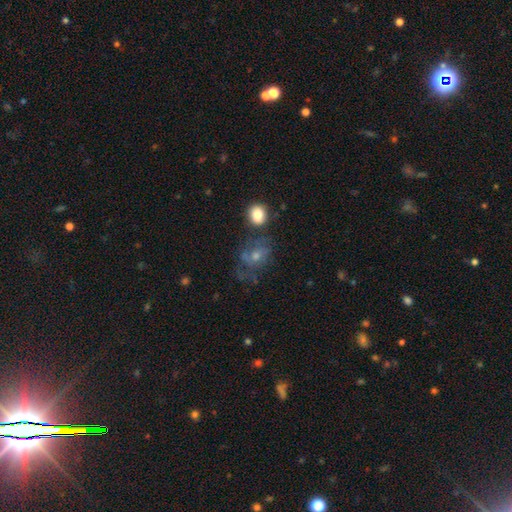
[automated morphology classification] Q: Smooth or featured?
A: featured or disk (45%); runner-up: smooth (34%)
Q: Merging?
A: none (49%); runner-up: major disturbance (21%)